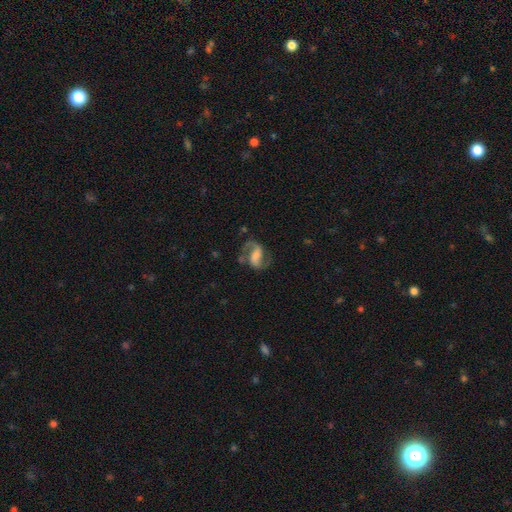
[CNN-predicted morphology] Smooth or featured?
  - featured or disk: 83% *
  - smooth: 11%
  - star or artifact: 6%
Edge-on disk?
  - no: 98% *
  - yes: 2%
Bar?
  - weak: 42% *
  - strong: 33%
  - no: 25%
Spiral arms?
  - yes: 95% *
  - no: 5%
Spiral winding?
  - medium: 50% *
  - loose: 39%
  - tight: 11%
Spiral arm count?
  - 2: 90% *
  - 1: 5%
  - can't tell: 3%
  - 3: 1%
  - 4: 1%
  - more than 4: 1%
Bulge size?
  - small: 31% *
  - moderate: 30%
  - none: 21%
  - large: 16%
  - dominant: 2%
Merging?
  - none: 66% *
  - minor disturbance: 17%
  - major disturbance: 14%
  - merger: 3%